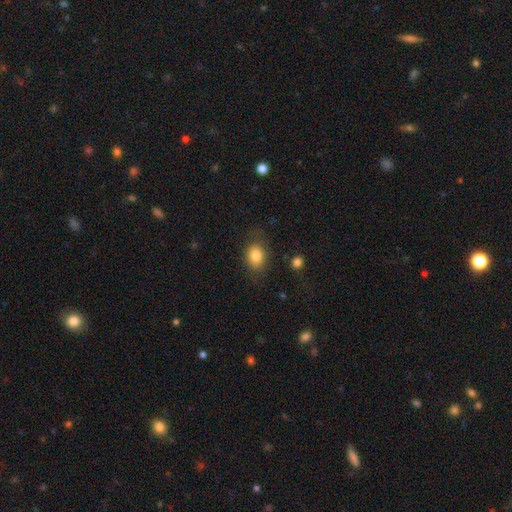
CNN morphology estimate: smooth-or-featured: smooth: 82% | featured or disk: 10% | star or artifact: 9%
  how-rounded: in between: 66% | round: 33% | cigar-shaped: 1%
  merging: none: 75% | minor disturbance: 16% | major disturbance: 7% | merger: 2%